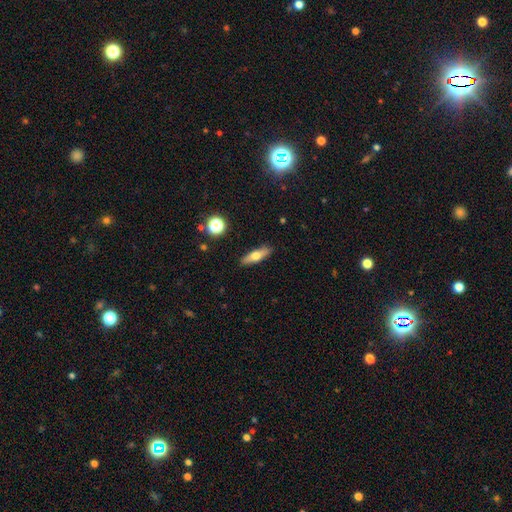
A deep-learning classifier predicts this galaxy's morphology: Q: Smooth or featured?
A: smooth (58%); runner-up: featured or disk (34%)
Q: How rounded?
A: cigar-shaped (55%); runner-up: in between (41%)
Q: Merging?
A: none (89%); runner-up: minor disturbance (8%)